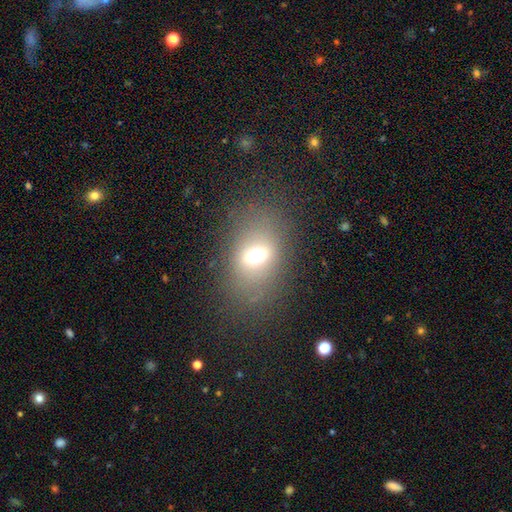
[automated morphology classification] smooth-or-featured: smooth: 59% | featured or disk: 22% | star or artifact: 19%
  how-rounded: in between: 70% | round: 27% | cigar-shaped: 2%
  merging: none: 73% | minor disturbance: 14% | major disturbance: 11% | merger: 3%